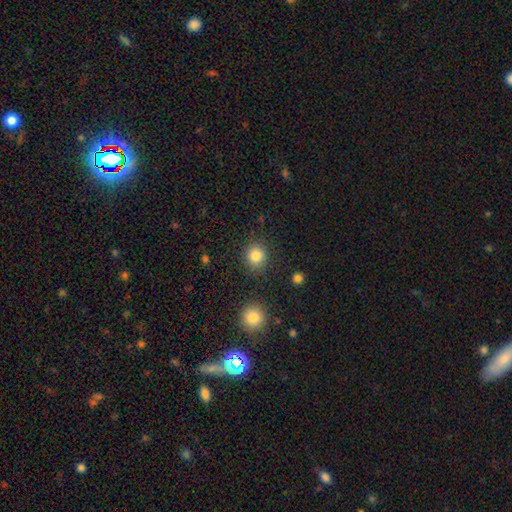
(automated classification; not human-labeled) A smooth galaxy with no disk features (84%) that is round (83%). Merging: none (86%).